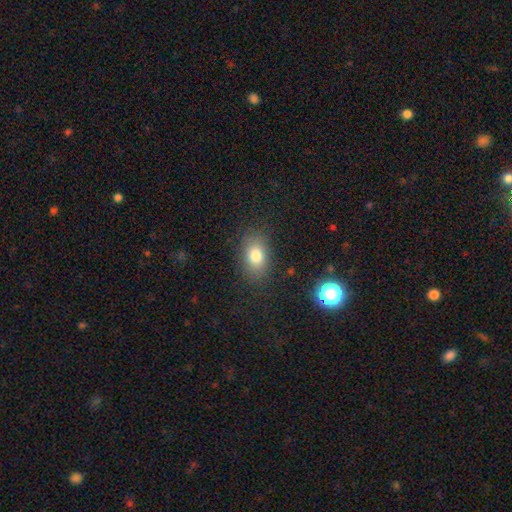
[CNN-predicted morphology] Smooth or featured: smooth — 79% (star or artifact — 11%)
How rounded: in between — 81% (round — 18%)
Merging: none — 83% (minor disturbance — 11%)